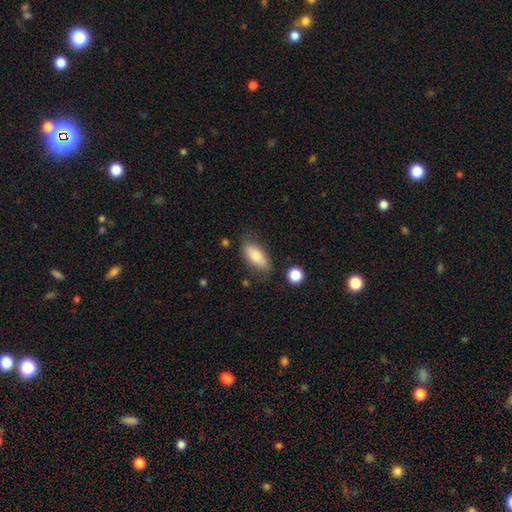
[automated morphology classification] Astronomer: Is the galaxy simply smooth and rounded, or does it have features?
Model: smooth — 79%.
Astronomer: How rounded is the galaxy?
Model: in between — 85%.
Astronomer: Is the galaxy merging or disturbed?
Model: none — 77%.